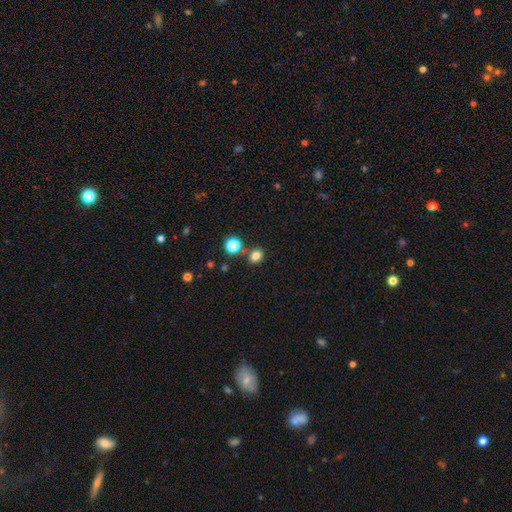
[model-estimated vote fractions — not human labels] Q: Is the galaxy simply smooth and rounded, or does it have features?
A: smooth — 80%.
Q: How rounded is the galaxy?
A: round — 62%.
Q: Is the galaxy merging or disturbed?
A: none — 75%.